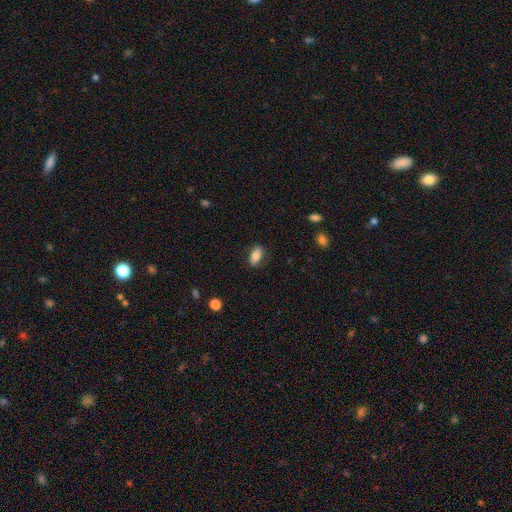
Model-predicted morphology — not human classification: A smooth galaxy with no disk features (83%) that is in between round and cigar-shaped (89%). Merging: none (83%).